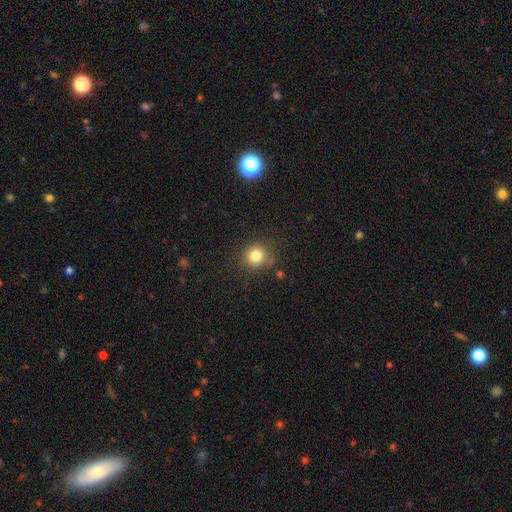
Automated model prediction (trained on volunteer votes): This is clearly a smooth galaxy (81%). How rounded: clearly round (90%). Merging: clearly none (81%).